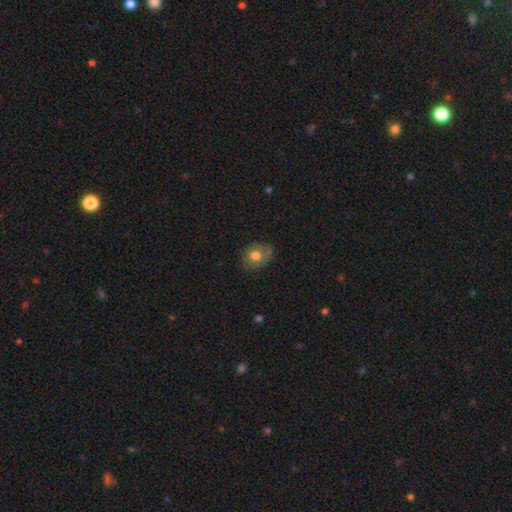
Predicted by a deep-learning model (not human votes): This appears to be a smooth galaxy with no disk features (63%) that is round (54%). Merging: none (68%).